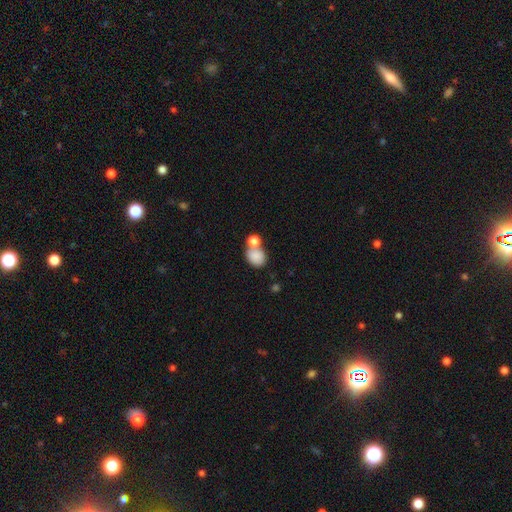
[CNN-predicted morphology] Smooth or featured: smooth — 84% (star or artifact — 9%)
How rounded: in between — 53% (round — 46%)
Merging: none — 46% (merger — 39%)